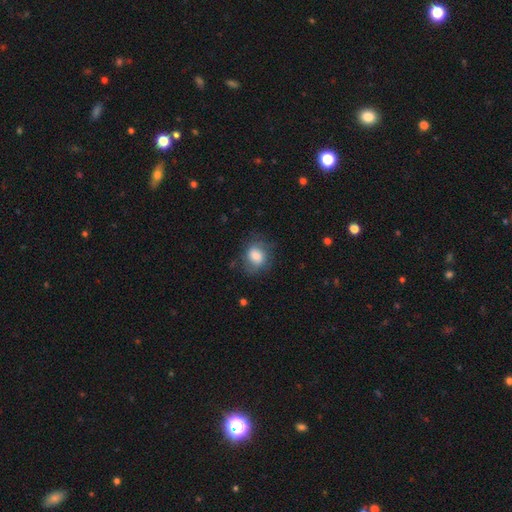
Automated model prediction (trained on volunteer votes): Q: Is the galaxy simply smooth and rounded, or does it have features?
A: smooth — 70%.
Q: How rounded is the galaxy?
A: round — 59%.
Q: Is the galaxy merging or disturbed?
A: none — 64%.